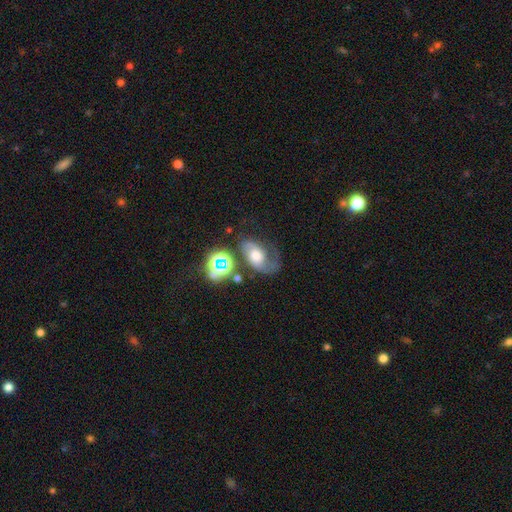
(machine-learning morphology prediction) Smooth or featured?
  - featured or disk: 60% *
  - smooth: 25%
  - star or artifact: 15%
Edge-on disk?
  - no: 96% *
  - yes: 4%
Bar?
  - no: 67% *
  - weak: 26%
  - strong: 7%
Spiral arms?
  - yes: 85% *
  - no: 15%
Bulge size?
  - moderate: 46% *
  - large: 32%
  - small: 12%
  - dominant: 6%
  - none: 4%
Merging?
  - none: 38% *
  - major disturbance: 28%
  - minor disturbance: 24%
  - merger: 10%